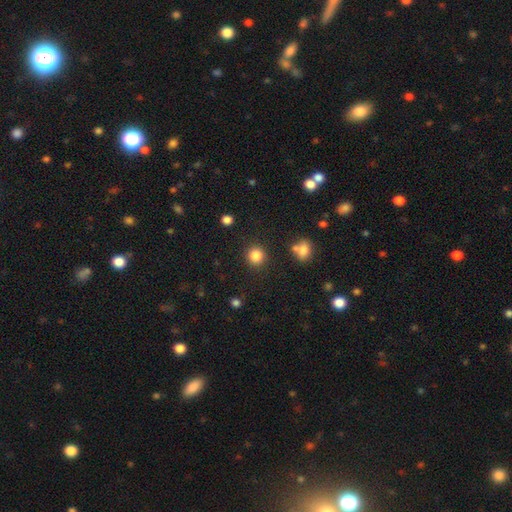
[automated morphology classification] Q: Smooth or featured?
A: smooth (85%); runner-up: star or artifact (11%)
Q: How rounded?
A: round (90%); runner-up: in between (9%)
Q: Merging?
A: none (88%); runner-up: minor disturbance (6%)